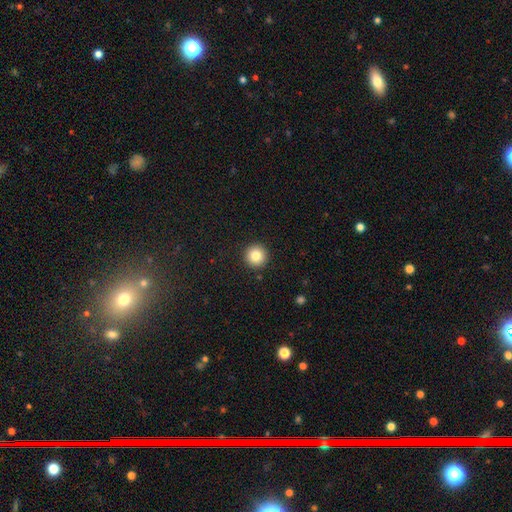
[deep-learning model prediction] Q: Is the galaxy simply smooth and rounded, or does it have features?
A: smooth — 83%.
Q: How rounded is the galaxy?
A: round — 96%.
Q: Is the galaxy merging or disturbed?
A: none — 93%.